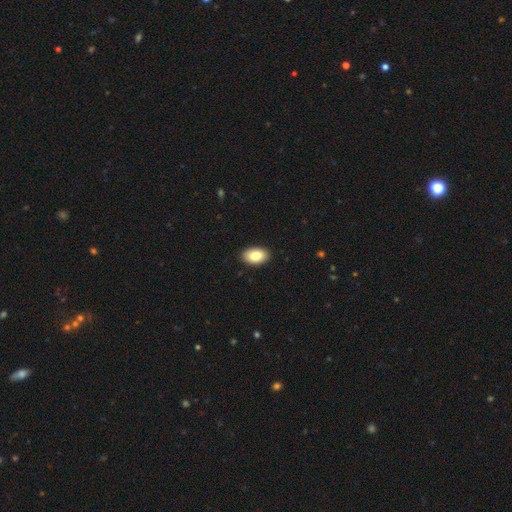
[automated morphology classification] smooth_or_featured: smooth (p=0.84) [alt: featured or disk p=0.09]
how_rounded: in between (p=0.93) [alt: round p=0.06]
merging: none (p=0.90) [alt: minor disturbance p=0.07]